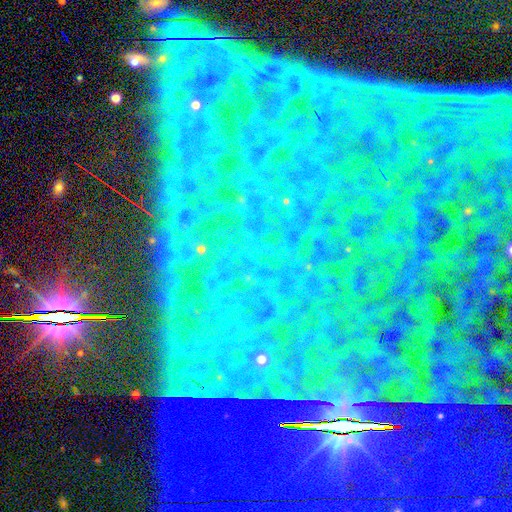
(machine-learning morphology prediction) Overall: star or artifact (86%).